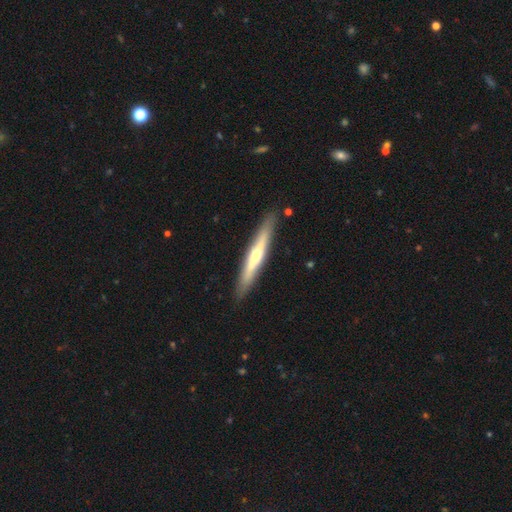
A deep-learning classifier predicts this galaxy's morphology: Overall: featured or disk (57%; smooth 37%). Edge-on disk: yes (92%). Edge-on bulge: rounded (72%). Merging: none (89%).